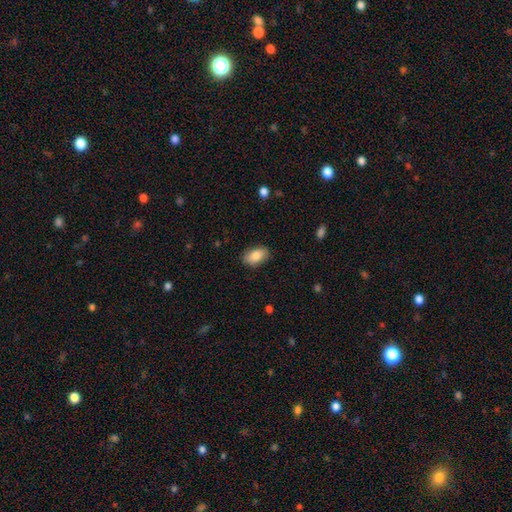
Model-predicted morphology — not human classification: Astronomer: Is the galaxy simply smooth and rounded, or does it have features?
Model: smooth — 83%.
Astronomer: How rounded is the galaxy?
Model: in between — 92%.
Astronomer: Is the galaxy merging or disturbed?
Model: none — 85%.